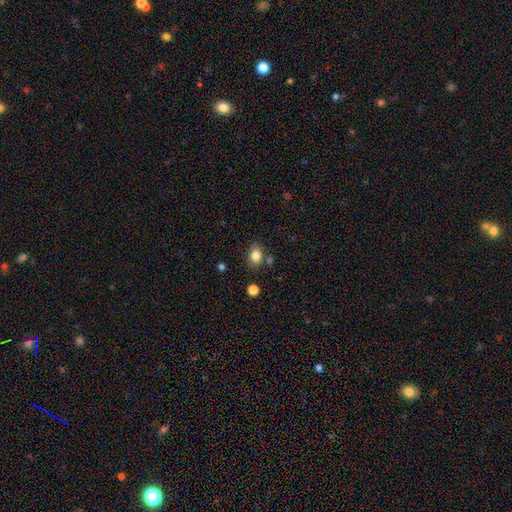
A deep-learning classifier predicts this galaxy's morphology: Overall: smooth (83%). How rounded: in between (62%; round 36%). Merging: none (77%).